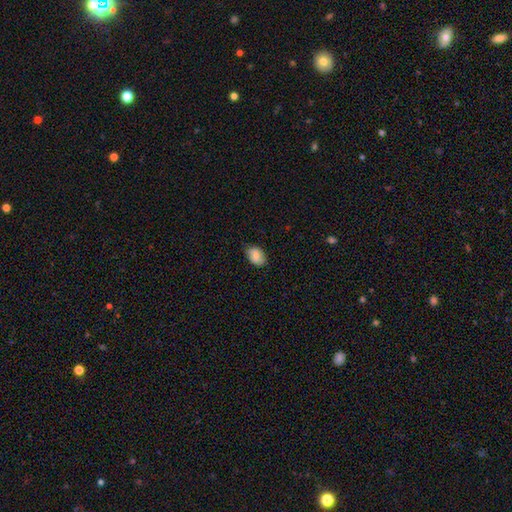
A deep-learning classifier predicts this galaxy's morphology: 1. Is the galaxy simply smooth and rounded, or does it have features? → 84% smooth, 9% featured or disk, 7% star or artifact.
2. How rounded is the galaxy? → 85% in between, 14% round, 1% cigar-shaped.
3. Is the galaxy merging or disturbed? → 78% none, 18% minor disturbance, 3% major disturbance, 1% merger.